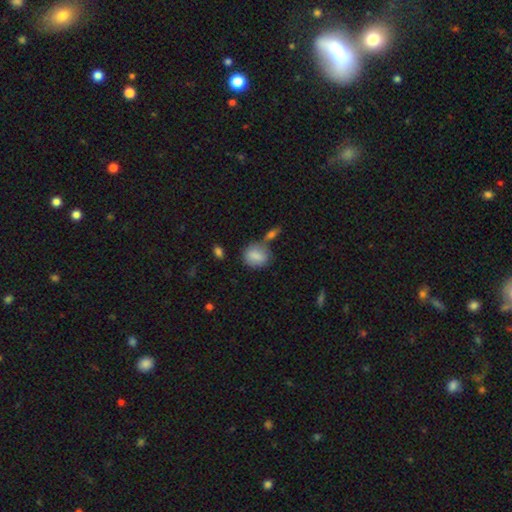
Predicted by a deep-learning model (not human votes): A smooth galaxy with no disk features (83%) that is round (50%). Merging: none (57%).